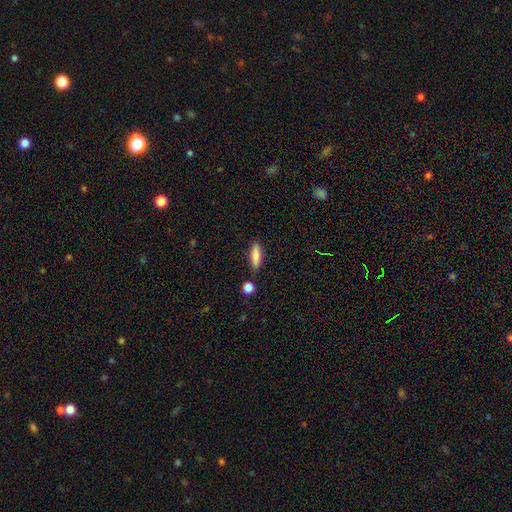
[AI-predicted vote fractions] Smooth or featured?
  - smooth: 85% *
  - featured or disk: 9%
  - star or artifact: 7%
How rounded?
  - cigar-shaped: 60% *
  - in between: 38%
  - round: 2%
Merging?
  - none: 84% *
  - minor disturbance: 9%
  - merger: 4%
  - major disturbance: 2%